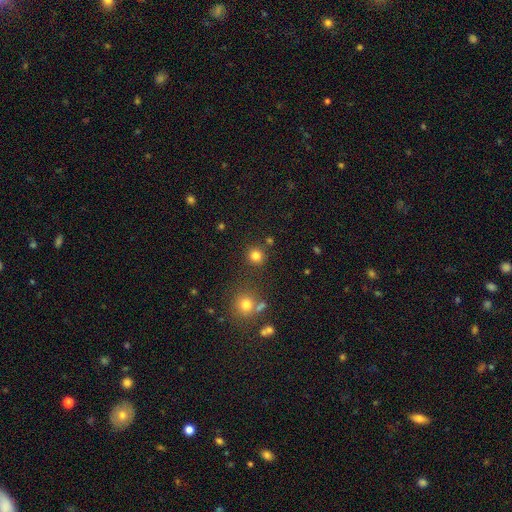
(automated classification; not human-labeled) smooth_or_featured: smooth (p=0.80) [alt: star or artifact p=0.15]
how_rounded: round (p=0.92) [alt: in between p=0.07]
merging: none (p=0.85) [alt: minor disturbance p=0.07]